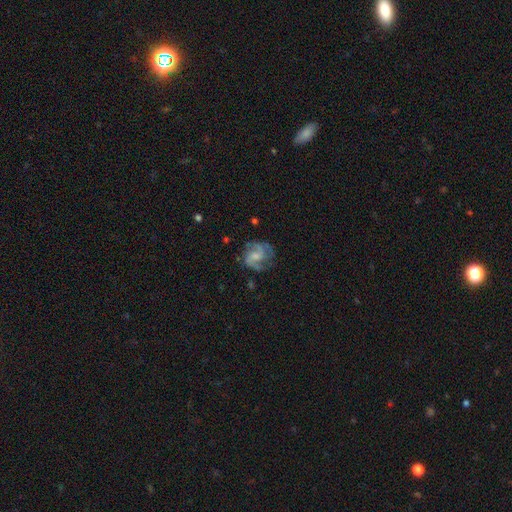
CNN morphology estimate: This appears to be a featured or disk galaxy (73%) with no bar (51%), 2 (59%) medium (50%) spiral arms (89%) and a small central bulge (39%). Merging: none (62%).